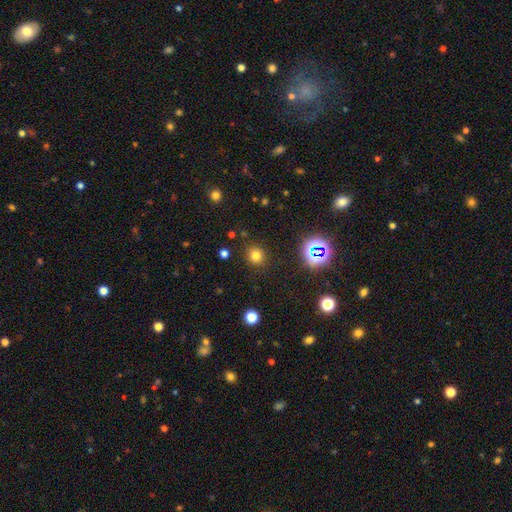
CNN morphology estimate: The model was most divided on "smooth or featured": smooth: 74%, star or artifact: 20%, featured or disk: 6%. More confident: merging — none (88%); how rounded — round (87%).